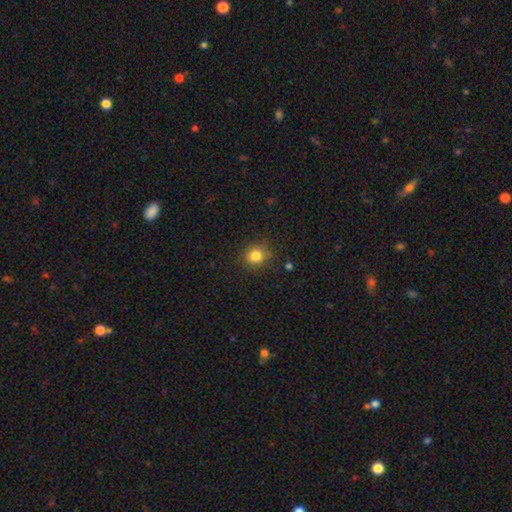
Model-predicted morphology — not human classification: smooth_or_featured: smooth (p=0.82) [alt: star or artifact p=0.12]
how_rounded: round (p=0.83) [alt: in between p=0.16]
merging: none (p=0.85) [alt: minor disturbance p=0.10]